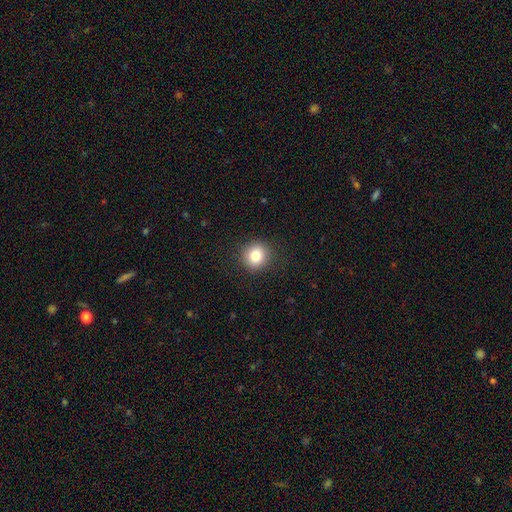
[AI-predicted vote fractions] Smooth or featured? Predicted: smooth (p=0.83). How rounded? Predicted: round (p=0.90). Merging? Predicted: none (p=0.90).